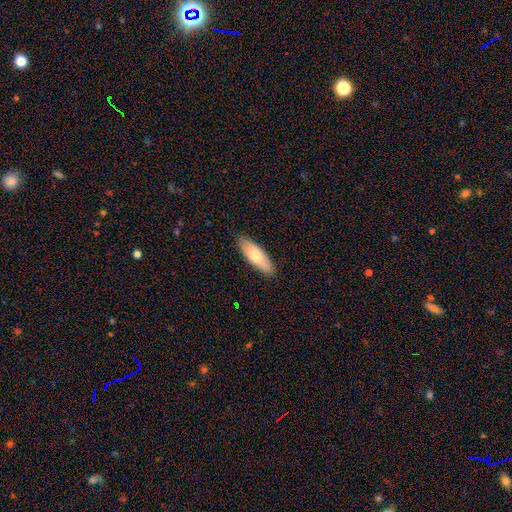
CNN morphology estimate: A smooth galaxy with no disk features (69%) that is in between round and cigar-shaped (63%). Merging: none (88%).